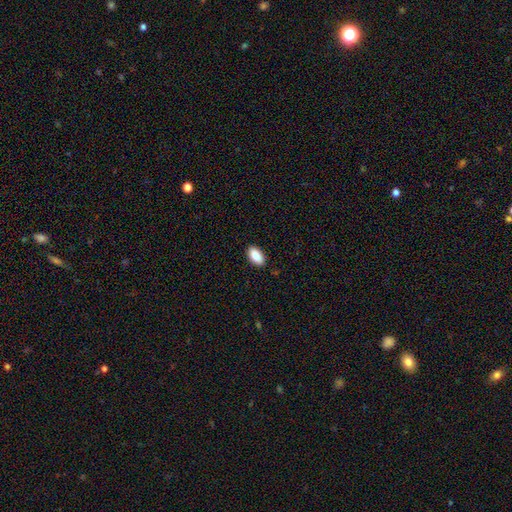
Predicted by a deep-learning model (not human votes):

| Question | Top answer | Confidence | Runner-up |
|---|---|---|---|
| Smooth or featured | smooth | 90% | star or artifact (7%) |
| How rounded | in between | 94% | round (3%) |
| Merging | none | 89% | minor disturbance (8%) |